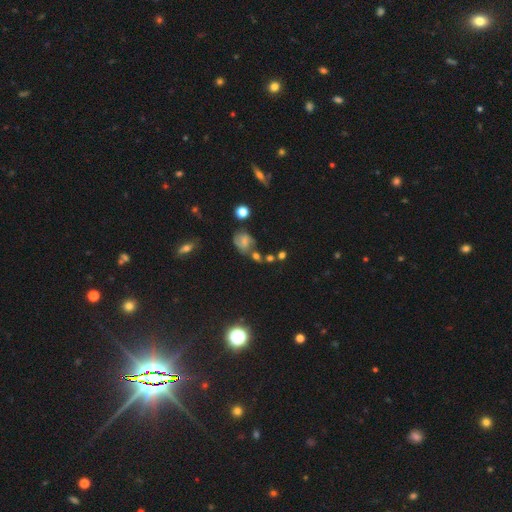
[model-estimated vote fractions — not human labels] A star or artifact, not a galaxy (39%).